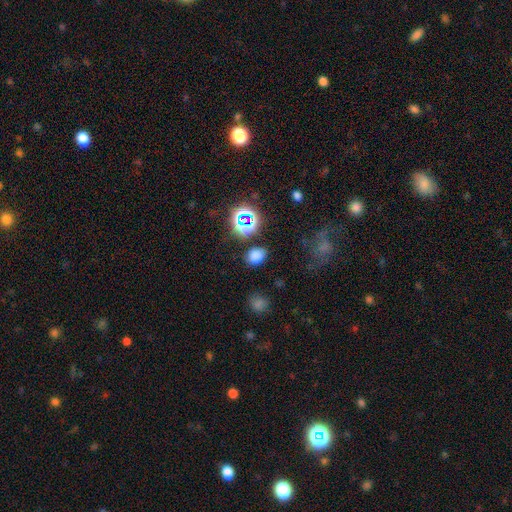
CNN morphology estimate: Smooth or featured: smooth — 73% (star or artifact — 22%)
How rounded: in between — 63% (round — 36%)
Merging: none — 80% (minor disturbance — 12%)